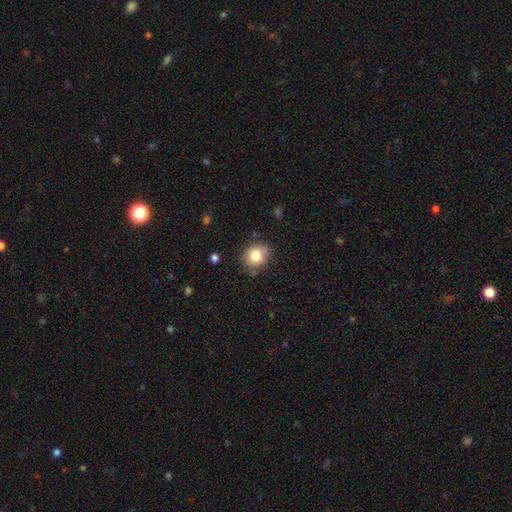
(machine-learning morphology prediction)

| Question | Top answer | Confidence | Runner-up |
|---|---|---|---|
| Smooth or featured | smooth | 81% | star or artifact (10%) |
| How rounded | round | 75% | in between (24%) |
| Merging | none | 75% | minor disturbance (18%) |